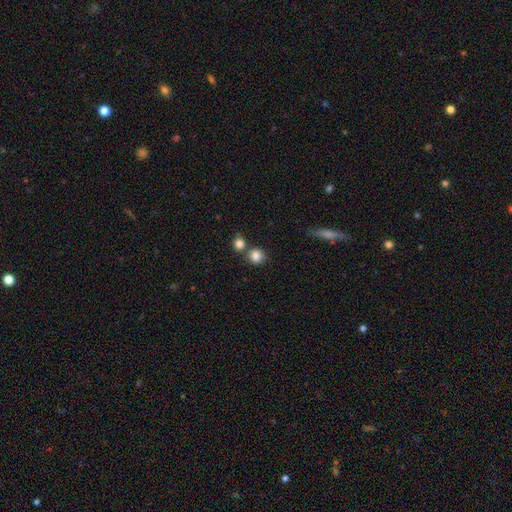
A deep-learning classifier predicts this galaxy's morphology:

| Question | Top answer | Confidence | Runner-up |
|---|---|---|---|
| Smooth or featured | smooth | 84% | star or artifact (10%) |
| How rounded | round | 86% | in between (13%) |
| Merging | none | 63% | merger (25%) |